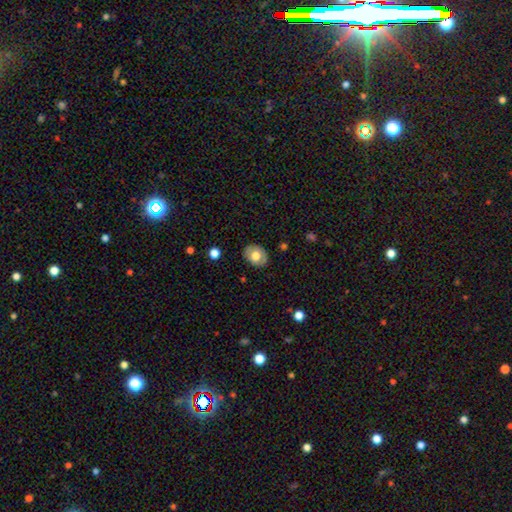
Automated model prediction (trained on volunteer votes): Smooth or featured? smooth (69%)
How rounded? in between (59%)
Merging? none (85%)